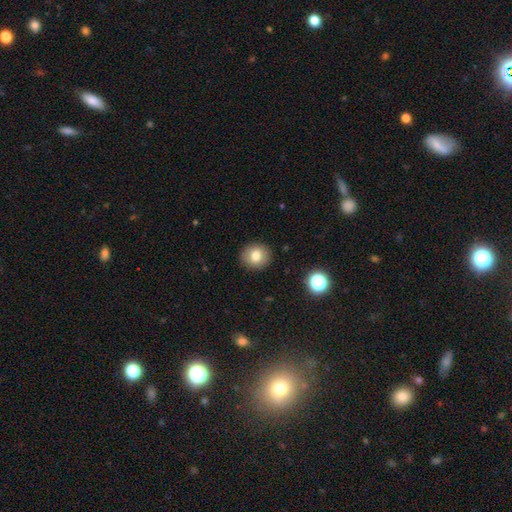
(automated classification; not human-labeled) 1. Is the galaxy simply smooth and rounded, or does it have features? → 79% smooth, 11% star or artifact, 10% featured or disk.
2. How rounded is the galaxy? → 87% round, 12% in between, 1% cigar-shaped.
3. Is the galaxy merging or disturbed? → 91% none, 6% minor disturbance, 2% major disturbance, 1% merger.